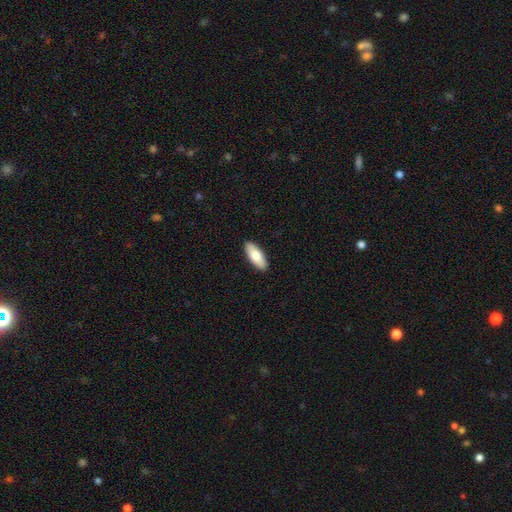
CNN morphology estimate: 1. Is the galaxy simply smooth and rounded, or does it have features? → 81% smooth, 14% featured or disk, 5% star or artifact.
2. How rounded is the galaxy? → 75% in between, 23% cigar-shaped, 2% round.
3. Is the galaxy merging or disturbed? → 91% none, 7% minor disturbance, 1% major disturbance, 1% merger.